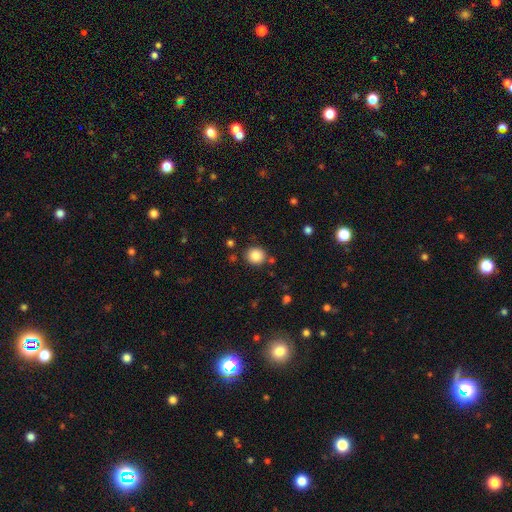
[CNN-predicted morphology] The model was most divided on "how rounded": round: 87%, in between: 12%, cigar-shaped: 1%. More confident: smooth or featured — smooth (86%); merging — none (84%).